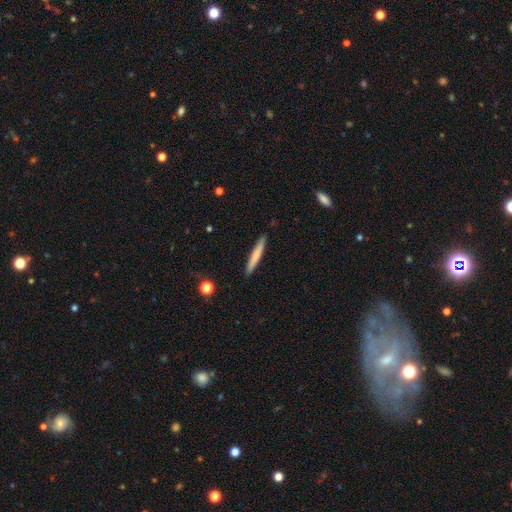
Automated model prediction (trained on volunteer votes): This is likely a smooth galaxy (69%). How rounded: clearly cigar-shaped (96%). Merging: clearly none (91%).